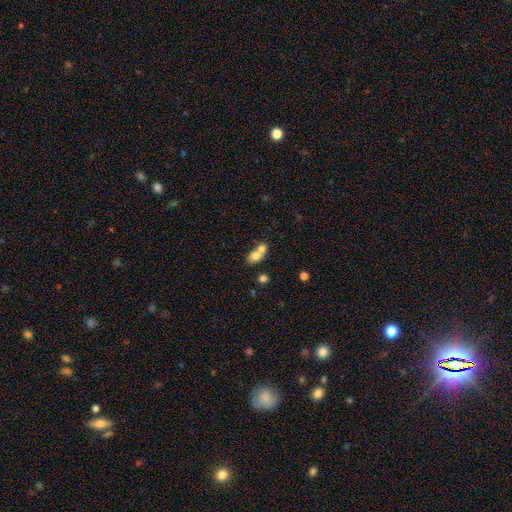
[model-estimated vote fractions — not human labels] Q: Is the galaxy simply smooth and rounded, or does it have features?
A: smooth — 73%.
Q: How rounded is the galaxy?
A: in between — 53%.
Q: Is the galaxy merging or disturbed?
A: merger — 71%.